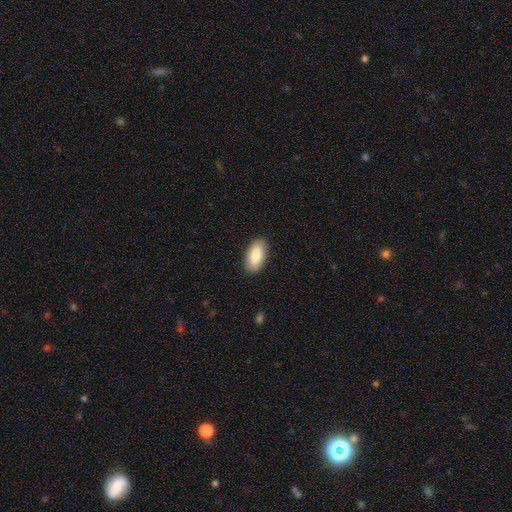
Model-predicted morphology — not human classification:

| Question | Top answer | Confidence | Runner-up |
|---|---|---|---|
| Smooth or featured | smooth | 86% | featured or disk (8%) |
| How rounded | in between | 94% | cigar-shaped (4%) |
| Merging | none | 89% | minor disturbance (8%) |